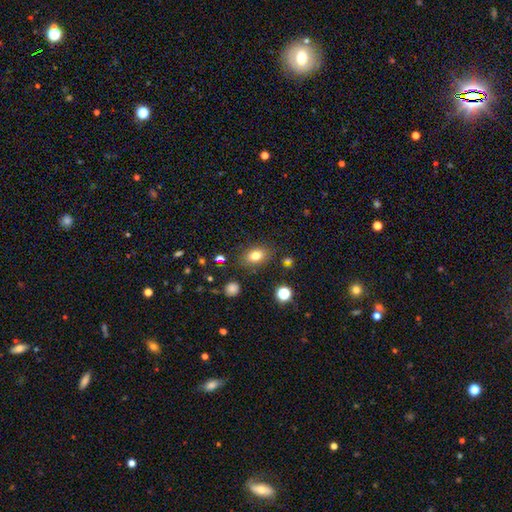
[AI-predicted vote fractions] The model was most divided on "how rounded": in between: 77%, round: 22%, cigar-shaped: 2%. More confident: merging — none (81%); smooth or featured — smooth (78%).